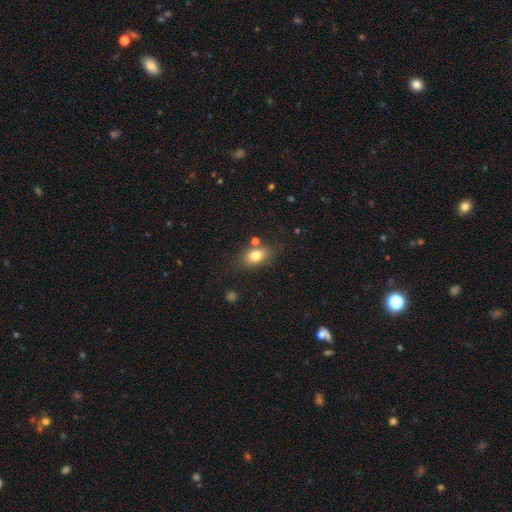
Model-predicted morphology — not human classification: Smooth or featured: smooth — 78% (featured or disk — 11%)
How rounded: in between — 76% (round — 21%)
Merging: none — 73% (minor disturbance — 15%)